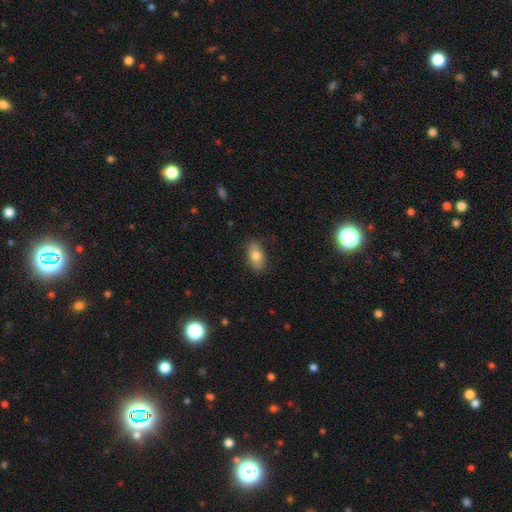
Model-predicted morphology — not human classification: Smooth or featured? Predicted: smooth (p=0.77). How rounded? Predicted: in between (p=0.90). Merging? Predicted: none (p=0.84).